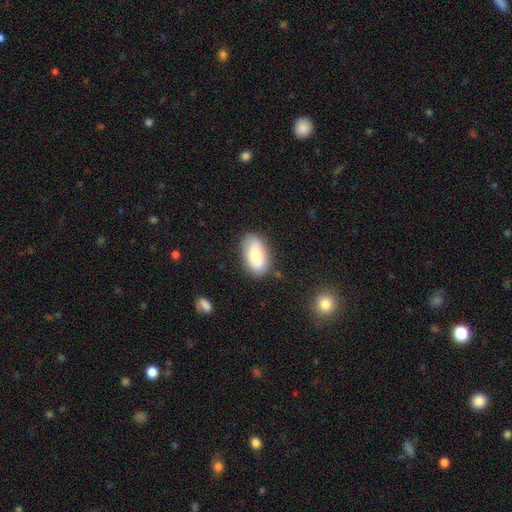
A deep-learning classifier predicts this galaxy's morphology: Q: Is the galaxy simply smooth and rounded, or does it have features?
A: smooth — 74%.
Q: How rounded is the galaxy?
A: in between — 93%.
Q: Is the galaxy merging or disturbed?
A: none — 79%.